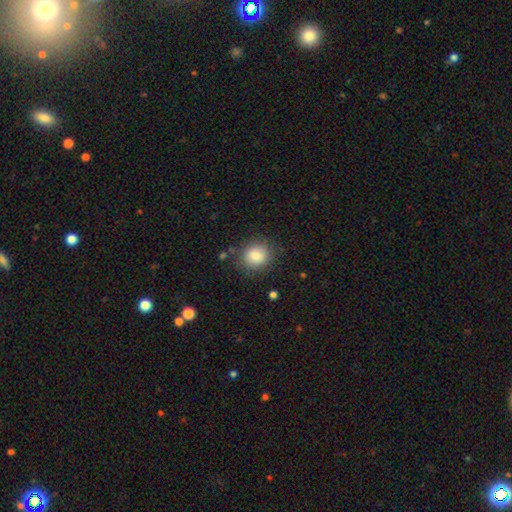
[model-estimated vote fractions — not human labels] This is clearly a smooth galaxy (86%). How rounded: likely round (73%). Merging: clearly none (82%).